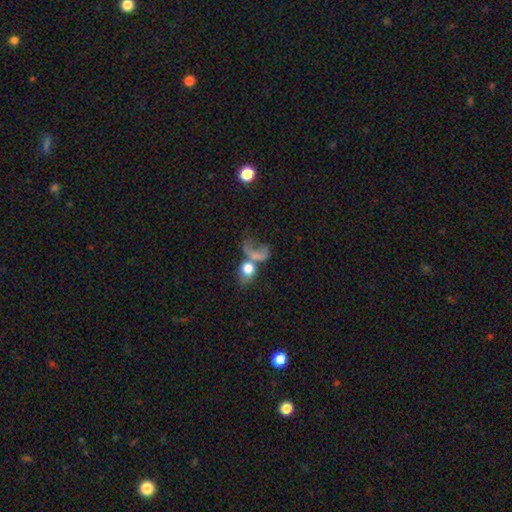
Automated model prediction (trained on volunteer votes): Q: Smooth or featured?
A: smooth (50%); runner-up: featured or disk (31%)
Q: How rounded?
A: in between (48%); runner-up: round (45%)
Q: Merging?
A: merger (36%); runner-up: major disturbance (30%)